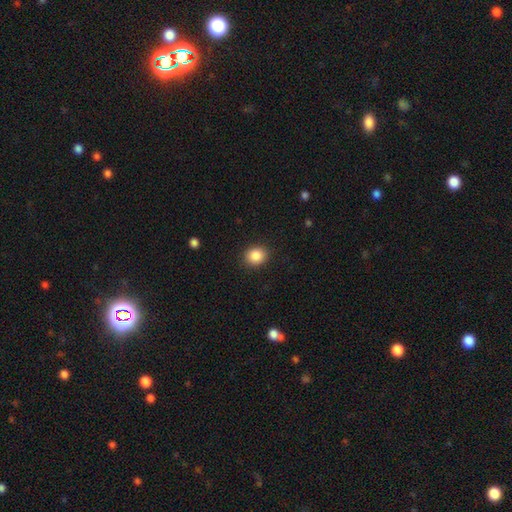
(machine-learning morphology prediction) Q: Smooth or featured?
A: smooth (87%); runner-up: star or artifact (9%)
Q: How rounded?
A: round (71%); runner-up: in between (28%)
Q: Merging?
A: none (90%); runner-up: minor disturbance (7%)